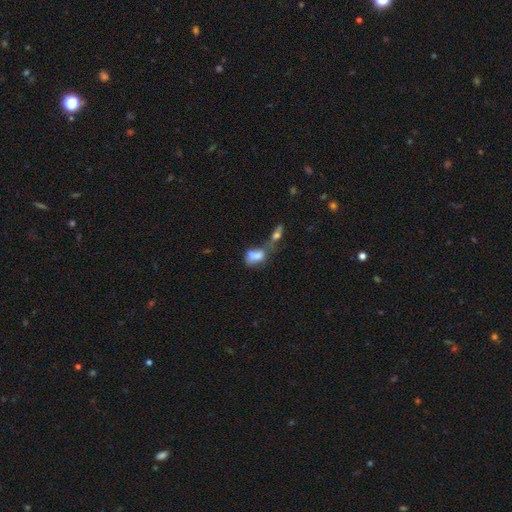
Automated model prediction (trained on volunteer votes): This appears to be a smooth galaxy with no disk features (68%) that is in between round and cigar-shaped (81%). Merging: merger (56%).